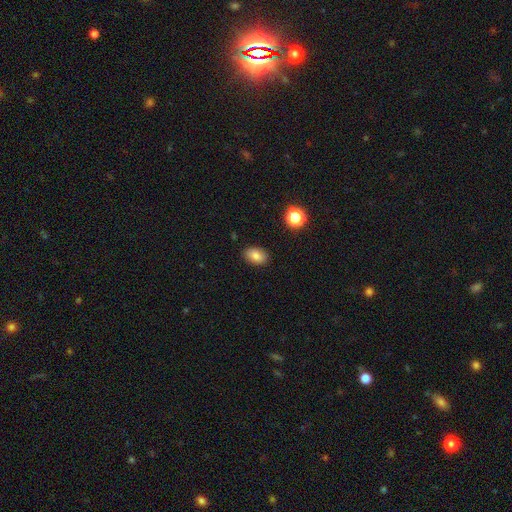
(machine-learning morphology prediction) This appears to be a smooth galaxy with no disk features (82%) that is in between round and cigar-shaped (84%). Merging: none (88%).